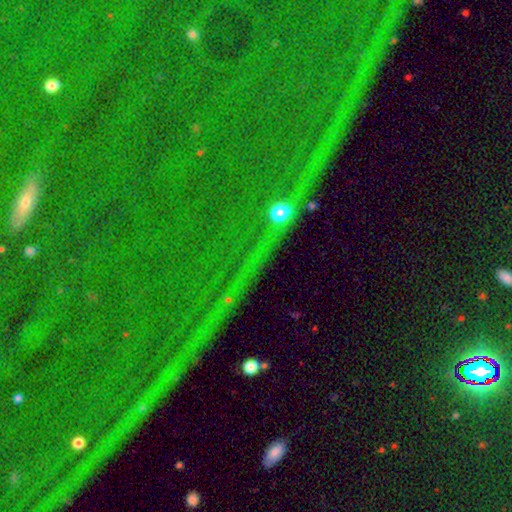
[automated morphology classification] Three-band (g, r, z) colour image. It shows a star or artifact, not a galaxy (80%).